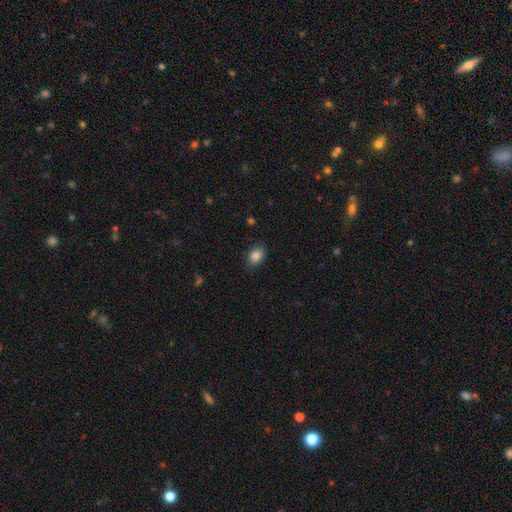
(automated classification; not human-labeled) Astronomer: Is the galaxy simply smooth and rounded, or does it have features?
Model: smooth — 87%.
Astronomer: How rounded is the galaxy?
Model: in between — 75%.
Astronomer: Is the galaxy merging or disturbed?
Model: none — 81%.